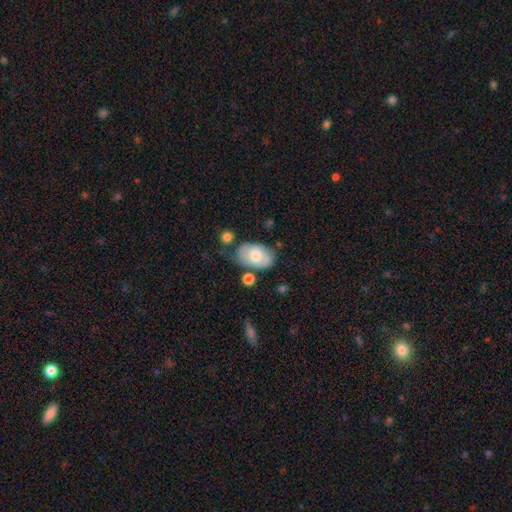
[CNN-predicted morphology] smooth-or-featured: smooth: 68% | featured or disk: 25% | star or artifact: 6%
  how-rounded: in between: 91% | round: 8% | cigar-shaped: 1%
  merging: none: 64% | minor disturbance: 22% | merger: 8% | major disturbance: 7%